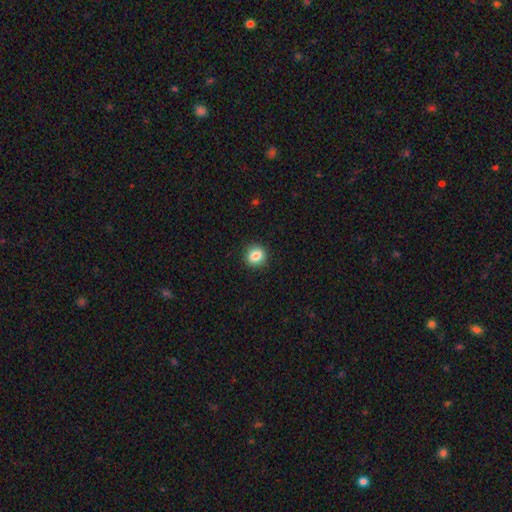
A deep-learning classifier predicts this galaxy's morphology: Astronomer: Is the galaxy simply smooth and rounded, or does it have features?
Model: smooth — 85%.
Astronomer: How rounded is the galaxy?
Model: round — 85%.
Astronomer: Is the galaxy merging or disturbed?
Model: none — 91%.